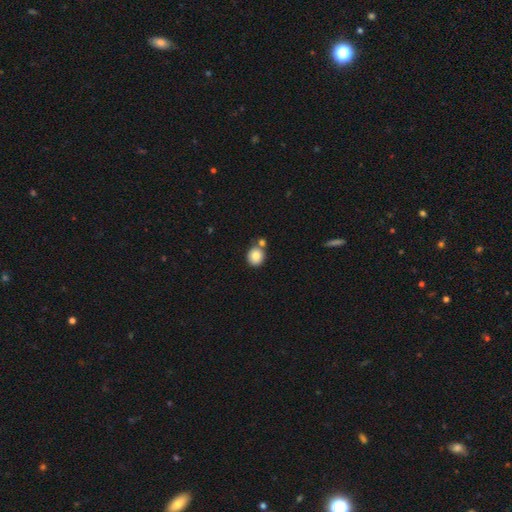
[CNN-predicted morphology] Overall: smooth (84%). How rounded: round (84%). Merging: none (66%).